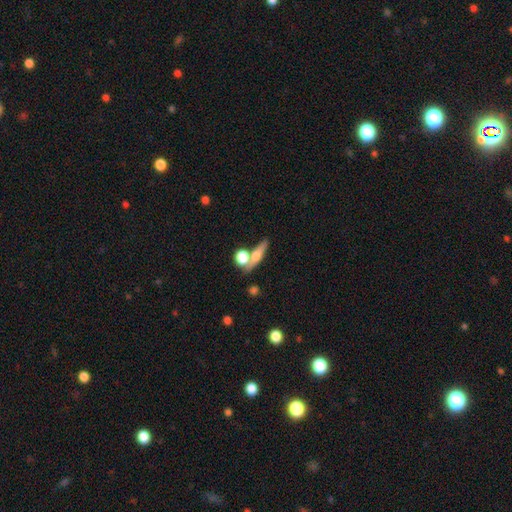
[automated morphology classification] type=smooth (56%); roundness=cigar-shaped (46%); merging=none (56%).